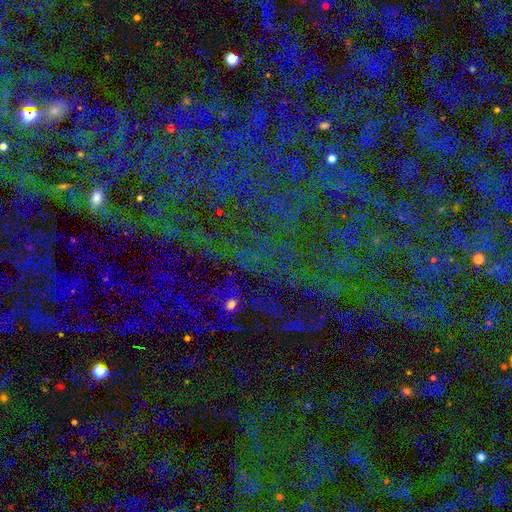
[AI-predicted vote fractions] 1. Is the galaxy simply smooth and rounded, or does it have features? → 79% star or artifact, 13% smooth, 8% featured or disk.